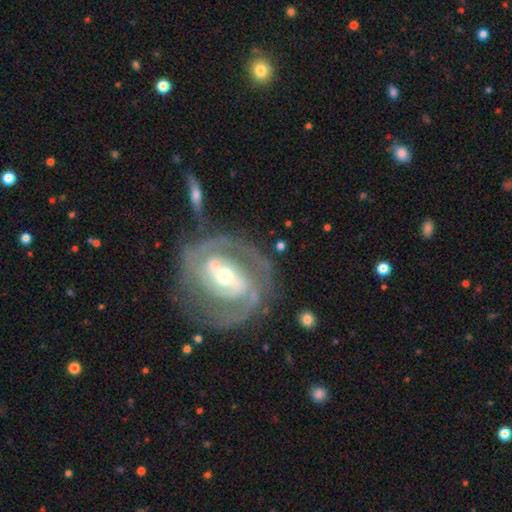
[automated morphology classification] Q: Smooth or featured?
A: featured or disk (88%); runner-up: smooth (7%)
Q: Edge-on disk?
A: no (97%); runner-up: yes (3%)
Q: Bar?
A: strong (44%); runner-up: weak (36%)
Q: Spiral arms?
A: yes (94%); runner-up: no (6%)
Q: Spiral winding?
A: tight (58%); runner-up: medium (35%)
Q: Spiral arm count?
A: 2 (71%); runner-up: can't tell (11%)
Q: Bulge size?
A: moderate (56%); runner-up: small (36%)
Q: Merging?
A: none (73%); runner-up: minor disturbance (15%)